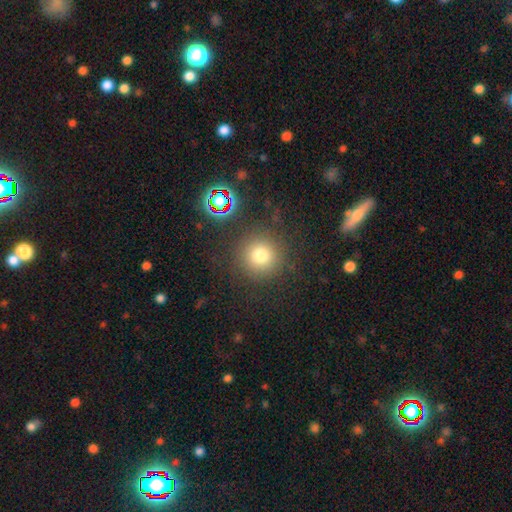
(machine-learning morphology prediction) This appears to be a smooth galaxy with no disk features (59%) that is round (95%). Merging: none (87%).